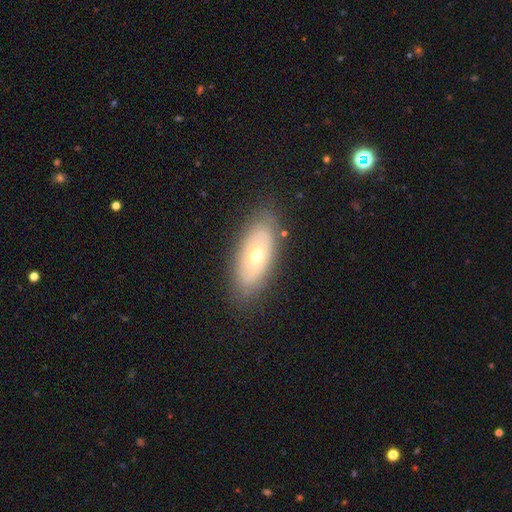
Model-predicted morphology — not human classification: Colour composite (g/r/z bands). It shows a featured or disk galaxy (51%). Merging: none (82%).